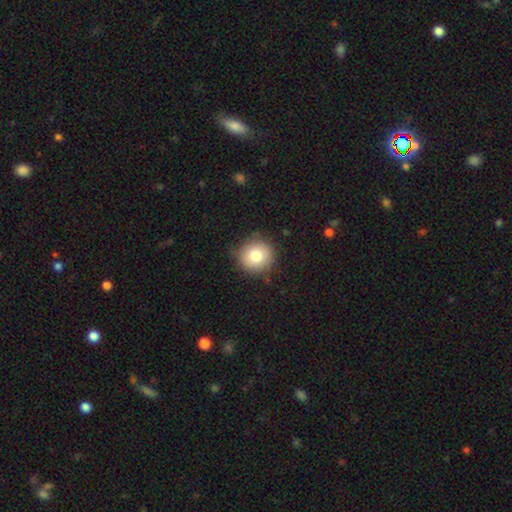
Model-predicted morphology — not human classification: Smooth or featured: smooth — 82% (featured or disk — 9%)
How rounded: round — 92% (in between — 7%)
Merging: none — 82% (minor disturbance — 14%)